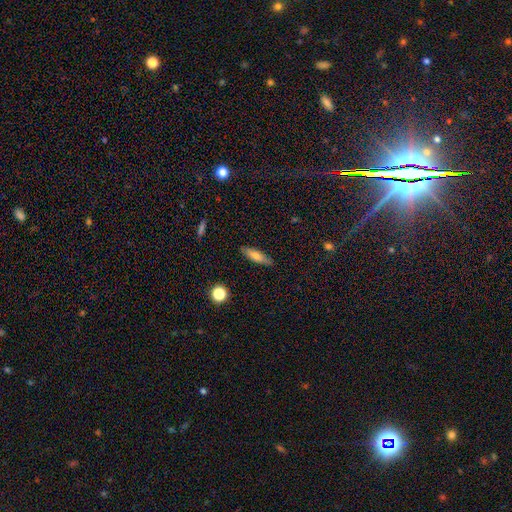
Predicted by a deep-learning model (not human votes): Q: Smooth or featured?
A: smooth (68%); runner-up: featured or disk (24%)
Q: How rounded?
A: cigar-shaped (59%); runner-up: in between (39%)
Q: Merging?
A: none (85%); runner-up: minor disturbance (11%)